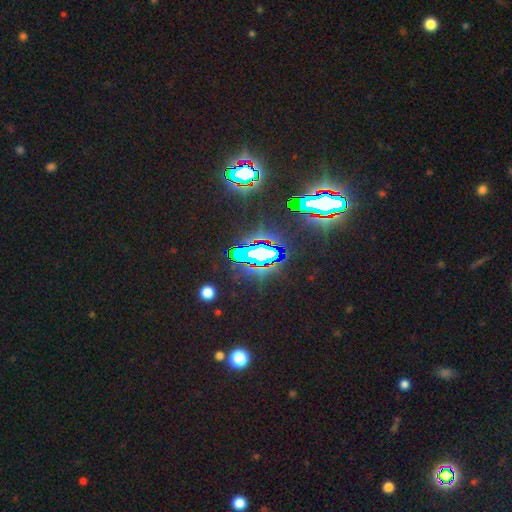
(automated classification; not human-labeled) A star or artifact, not a galaxy (83%).

Vote fractions:
- Smooth or featured? star or artifact: 83% / smooth: 9% / featured or disk: 8%